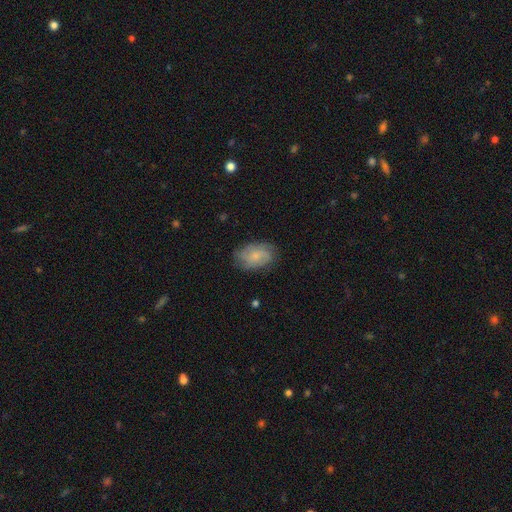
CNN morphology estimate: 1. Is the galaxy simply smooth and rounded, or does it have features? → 47% smooth, 45% featured or disk, 8% star or artifact.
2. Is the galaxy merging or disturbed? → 76% none, 18% minor disturbance, 5% major disturbance, 1% merger.